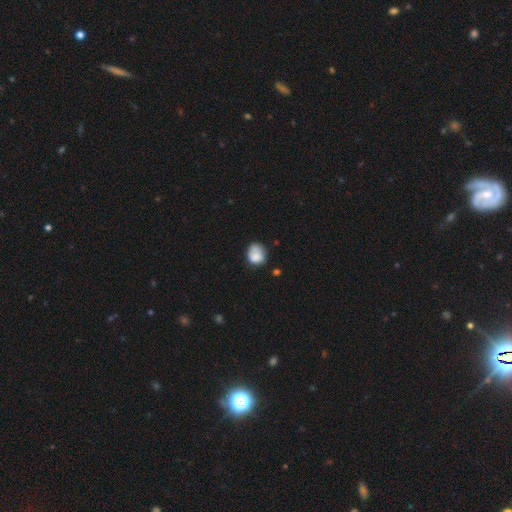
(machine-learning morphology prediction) type=smooth (76%); roundness=round (64%); merging=none (52%).